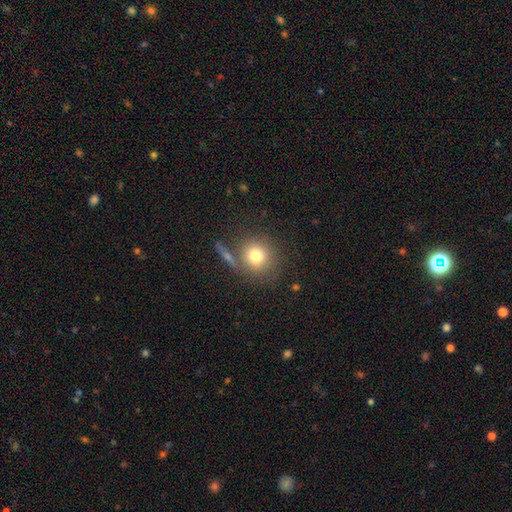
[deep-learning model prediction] Smooth or featured: smooth — 77% (featured or disk — 12%)
How rounded: round — 89% (in between — 10%)
Merging: none — 70% (merger — 13%)